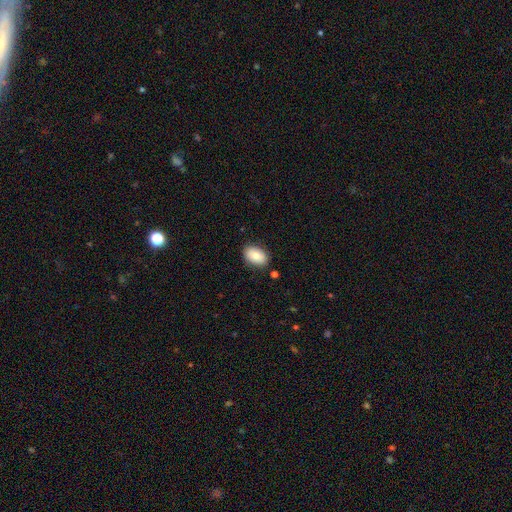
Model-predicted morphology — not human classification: A smooth galaxy with no disk features (80%) that is in between round and cigar-shaped (88%).

Vote fractions:
- Smooth or featured? smooth: 80% / featured or disk: 13% / star or artifact: 7%
- How rounded? in between: 88% / round: 11% / cigar-shaped: 1%
- Merging? none: 85% / minor disturbance: 10% / major disturbance: 2% / merger: 2%